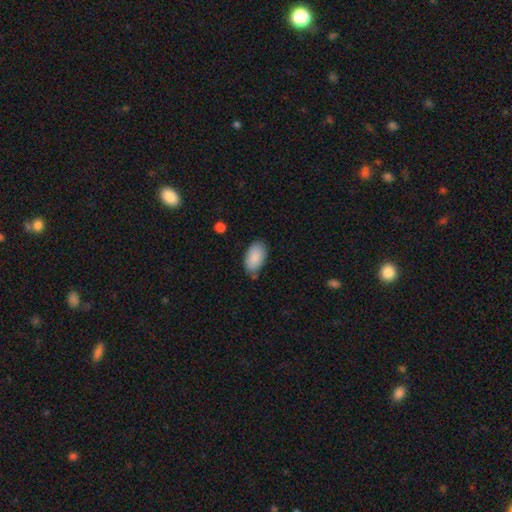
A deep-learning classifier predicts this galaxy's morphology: Overall: smooth (89%). How rounded: in between (95%). Merging: none (74%).